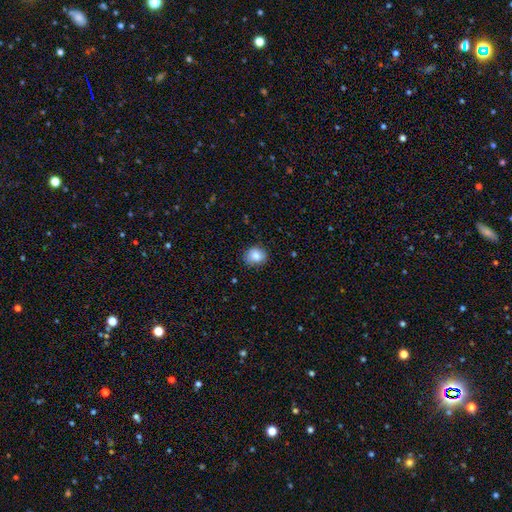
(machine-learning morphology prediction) Q: Smooth or featured?
A: smooth (83%); runner-up: star or artifact (9%)
Q: How rounded?
A: round (66%); runner-up: in between (33%)
Q: Merging?
A: none (82%); runner-up: minor disturbance (14%)